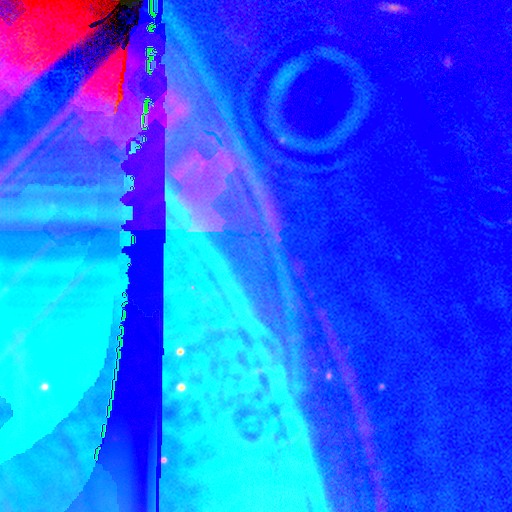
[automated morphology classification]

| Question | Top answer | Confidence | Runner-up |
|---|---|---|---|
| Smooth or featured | star or artifact | 87% | featured or disk (7%) |